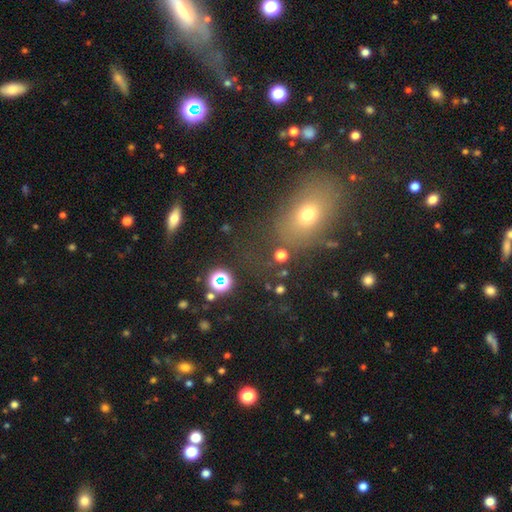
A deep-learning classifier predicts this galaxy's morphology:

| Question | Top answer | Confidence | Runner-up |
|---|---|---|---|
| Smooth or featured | smooth | 55% | star or artifact (32%) |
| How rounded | in between | 65% | round (32%) |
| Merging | none | 77% | minor disturbance (12%) |